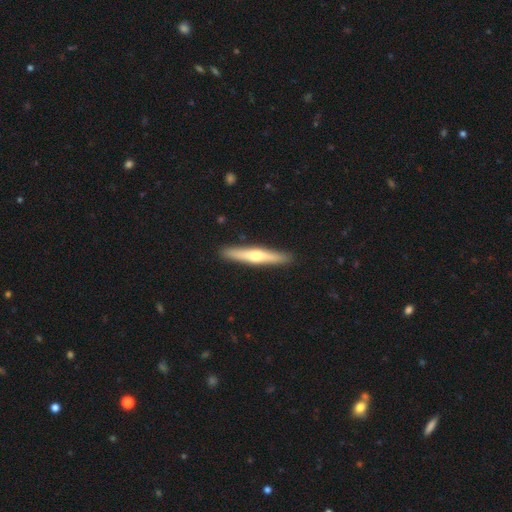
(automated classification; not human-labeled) featured or disk 53%, smooth 42%, star or artifact 5%. Down the decision tree: edge-on disk — yes (96%); edge-on bulge — rounded (86%); merging — none (91%).